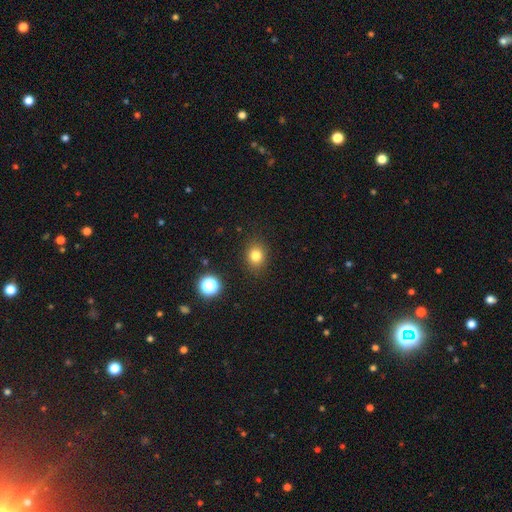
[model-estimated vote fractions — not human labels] Smooth or featured? smooth (80%)
How rounded? round (66%)
Merging? none (87%)